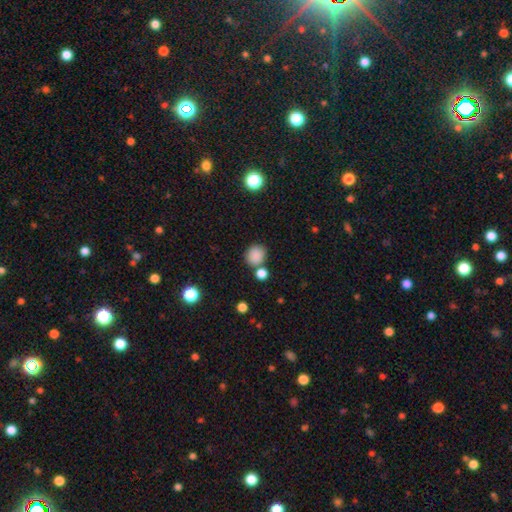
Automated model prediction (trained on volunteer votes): Smooth or featured: smooth — 85% (star or artifact — 10%)
How rounded: round — 76% (in between — 23%)
Merging: none — 71% (merger — 15%)